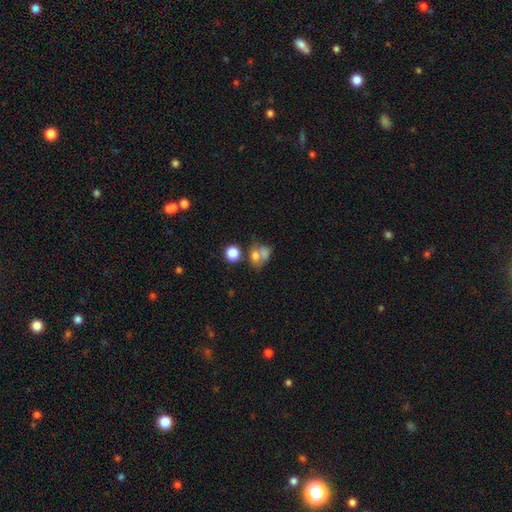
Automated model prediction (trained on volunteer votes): Q: Smooth or featured?
A: smooth (68%); runner-up: featured or disk (19%)
Q: How rounded?
A: in between (51%); runner-up: round (48%)
Q: Merging?
A: merger (49%); runner-up: none (29%)